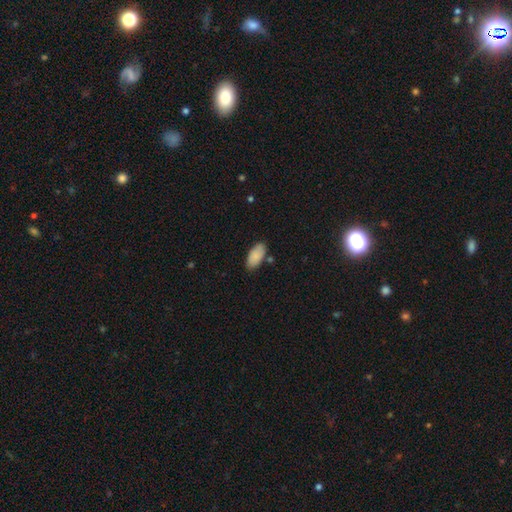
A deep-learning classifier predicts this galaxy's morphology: Smooth or featured?
  - smooth: 88% *
  - star or artifact: 6%
  - featured or disk: 6%
How rounded?
  - in between: 93% *
  - cigar-shaped: 5%
  - round: 2%
Merging?
  - none: 80% *
  - minor disturbance: 14%
  - merger: 4%
  - major disturbance: 3%